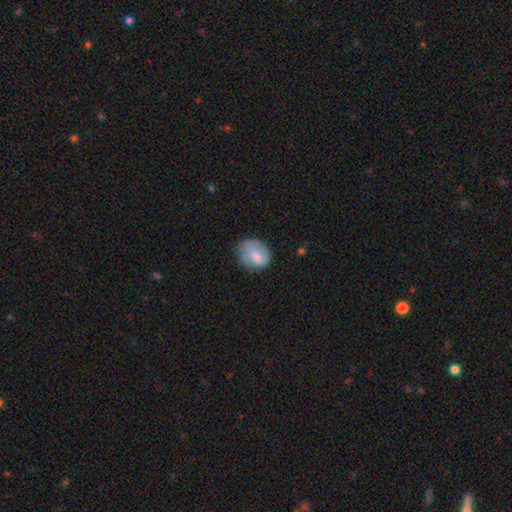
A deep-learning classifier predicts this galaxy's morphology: smooth_or_featured: smooth (p=0.69) [alt: featured or disk p=0.24]
how_rounded: round (p=0.52) [alt: in between p=0.46]
merging: none (p=0.47) [alt: minor disturbance p=0.33]